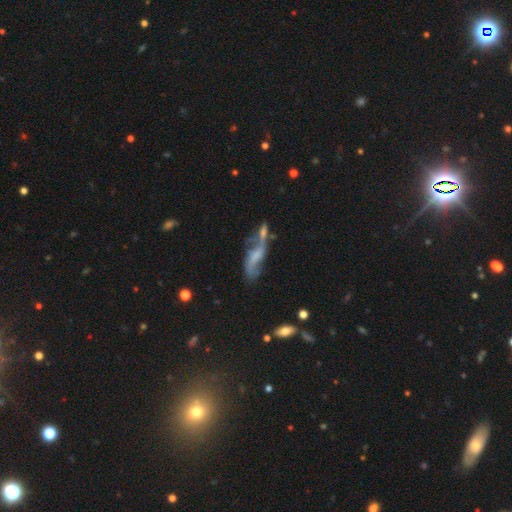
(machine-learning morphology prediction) Smooth or featured? Predicted: featured or disk (p=0.72). Edge-on disk? Predicted: no (p=0.84). Bar? Predicted: no (p=0.47). Spiral arms? Predicted: yes (p=0.84). Spiral winding? Predicted: loose (p=0.79). Spiral arm count? Predicted: 2 (p=0.86). Bulge size? Predicted: none (p=0.41). Merging? Predicted: none (p=0.39).